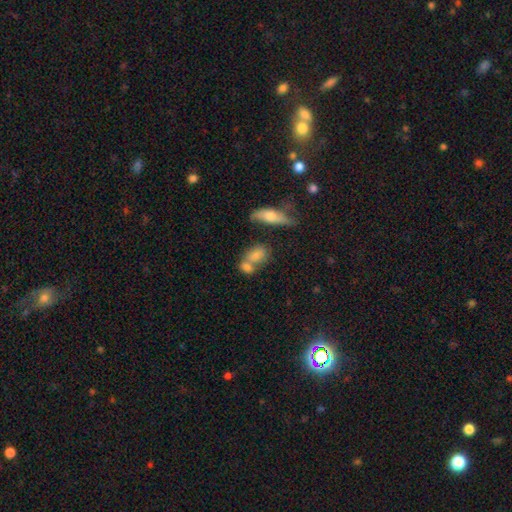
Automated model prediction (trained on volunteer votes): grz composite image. It shows a smooth galaxy with no disk features (77%) that is in between round and cigar-shaped (80%). Merging: merger (48%).